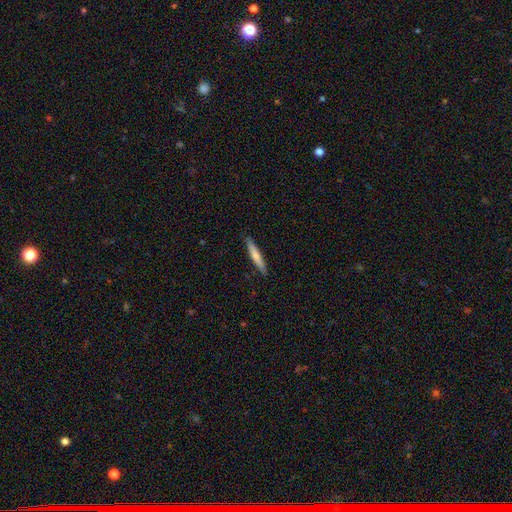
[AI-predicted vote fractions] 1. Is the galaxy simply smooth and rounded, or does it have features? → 66% smooth, 29% featured or disk, 5% star or artifact.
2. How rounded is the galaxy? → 94% cigar-shaped, 5% in between, 1% round.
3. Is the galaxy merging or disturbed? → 89% none, 8% minor disturbance, 1% major disturbance, 1% merger.